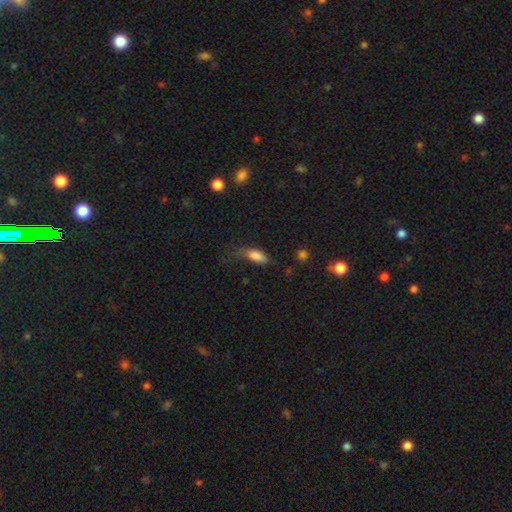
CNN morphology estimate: Q: Smooth or featured?
A: smooth (79%); runner-up: featured or disk (12%)
Q: How rounded?
A: in between (77%); runner-up: cigar-shaped (19%)
Q: Merging?
A: none (44%); runner-up: minor disturbance (35%)